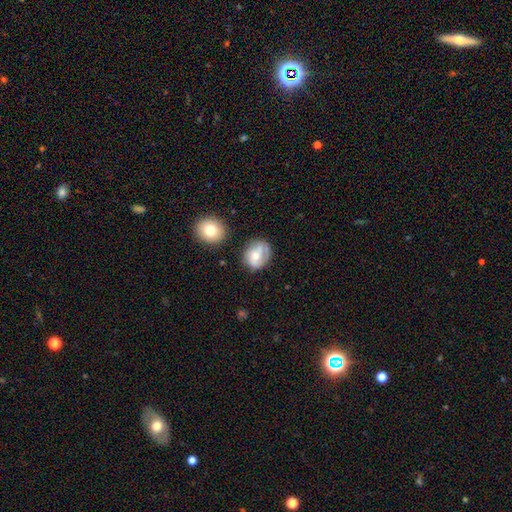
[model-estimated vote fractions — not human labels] A smooth galaxy with no disk features (50%) that is round (65%).

Vote fractions:
- Smooth or featured? smooth: 50% / featured or disk: 42% / star or artifact: 8%
- How rounded? round: 65% / in between: 34% / cigar-shaped: 1%
- Merging? none: 62% / minor disturbance: 24% / major disturbance: 10% / merger: 5%